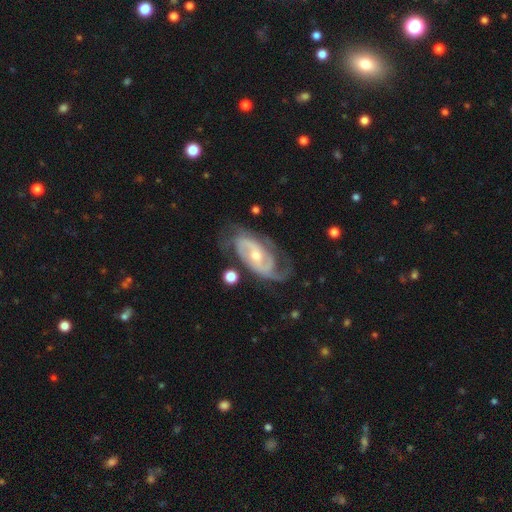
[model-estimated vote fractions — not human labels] A featured or disk galaxy (89%) with no bar (47%), 2 (64%) tight (47%) spiral arms (96%) and a small central bulge (50%).

Vote fractions:
- Smooth or featured? featured or disk: 89% / smooth: 6% / star or artifact: 5%
- Edge-on disk? no: 96% / yes: 4%
- Bar? no: 47% / weak: 37% / strong: 16%
- Spiral arms? yes: 96% / no: 4%
- Spiral winding? tight: 47% / medium: 40% / loose: 12%
- Spiral arm count? 2: 64% / 3: 14% / can't tell: 13% / 1: 4% / 4: 3% / more than 4: 2%
- Bulge size? small: 50% / moderate: 46% / large: 2% / none: 1% / dominant: 1%
- Merging? none: 64% / minor disturbance: 21% / major disturbance: 12% / merger: 3%